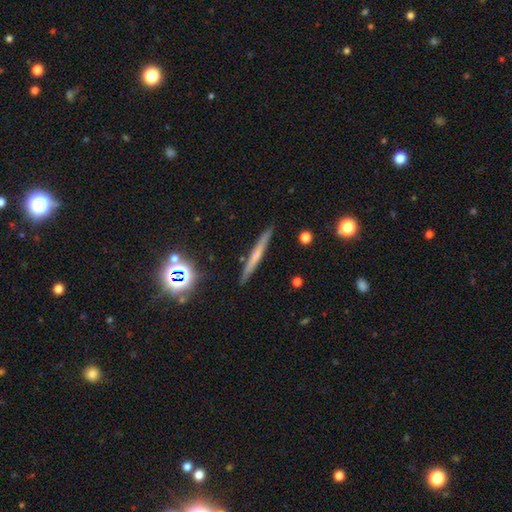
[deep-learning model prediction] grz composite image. It shows a featured or disk galaxy (51%) viewed edge-on (95%). Merging: none (89%).